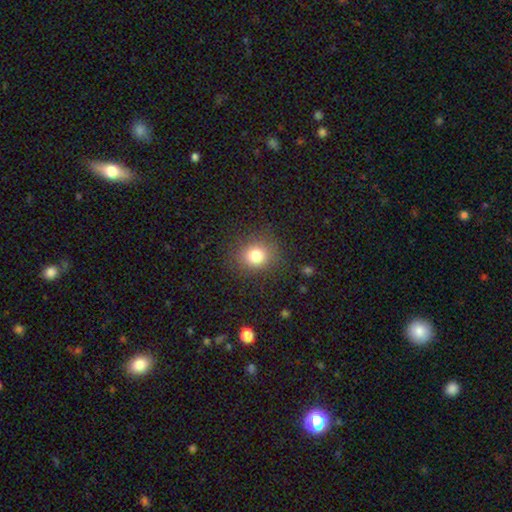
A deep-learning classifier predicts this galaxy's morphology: smooth-or-featured: smooth: 80% | star or artifact: 13% | featured or disk: 7%
  how-rounded: round: 81% | in between: 18% | cigar-shaped: 1%
  merging: none: 85% | minor disturbance: 10% | major disturbance: 4% | merger: 1%